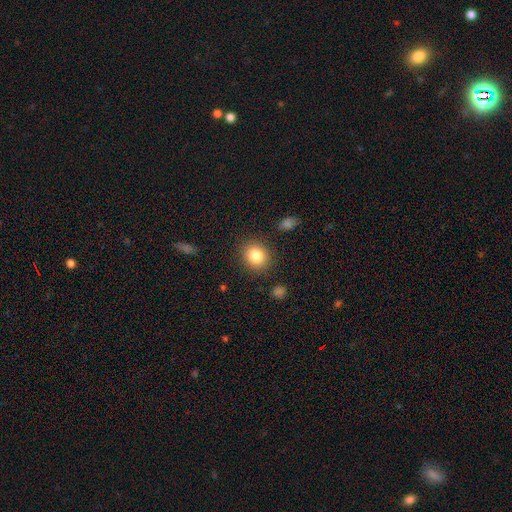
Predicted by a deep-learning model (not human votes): This is clearly a smooth galaxy (83%). How rounded: likely round (78%). Merging: clearly none (88%).